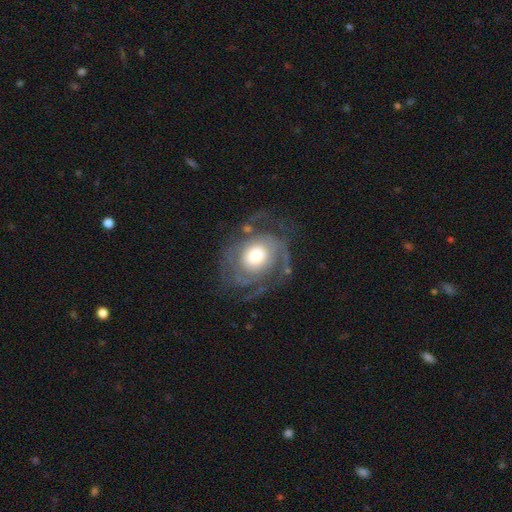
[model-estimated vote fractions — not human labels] smooth_or_featured: featured or disk (p=0.79) [alt: smooth p=0.15]
disk_edge_on: no (p=0.97) [alt: yes p=0.03]
bar: no (p=0.78) [alt: weak p=0.17]
has_spiral_arms: yes (p=0.88) [alt: no p=0.12]
spiral_winding: tight (p=0.47) [alt: medium p=0.37]
spiral_arm_count: 2 (p=0.44) [alt: can't tell p=0.23]
bulge_size: moderate (p=0.44) [alt: large p=0.41]
merging: none (p=0.62) [alt: minor disturbance p=0.18]